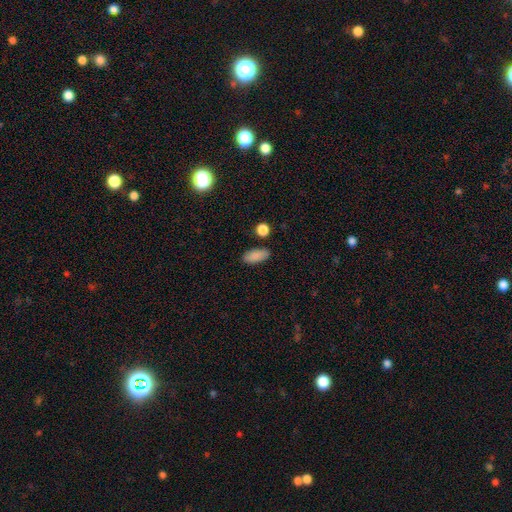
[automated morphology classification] type=smooth (87%); roundness=in between (87%); merging=none (81%).